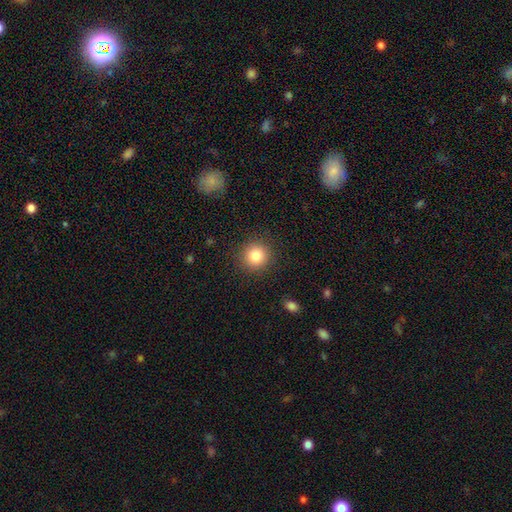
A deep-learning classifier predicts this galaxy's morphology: smooth 83%, star or artifact 11%, featured or disk 7%. Down the decision tree: how rounded — round (93%); merging — none (90%).